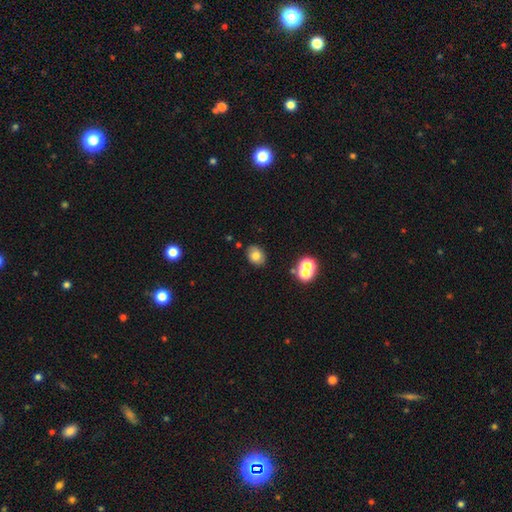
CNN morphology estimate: This is likely a smooth galaxy (77%). How rounded: likely in between (61%). Merging: clearly none (83%).